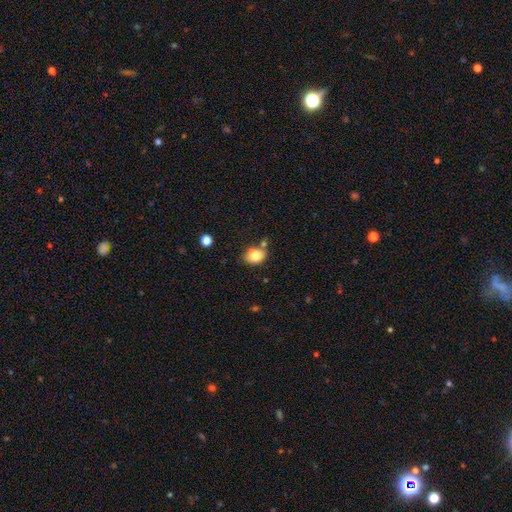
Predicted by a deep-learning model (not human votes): Smooth or featured? smooth (79%)
How rounded? in between (57%)
Merging? none (65%)